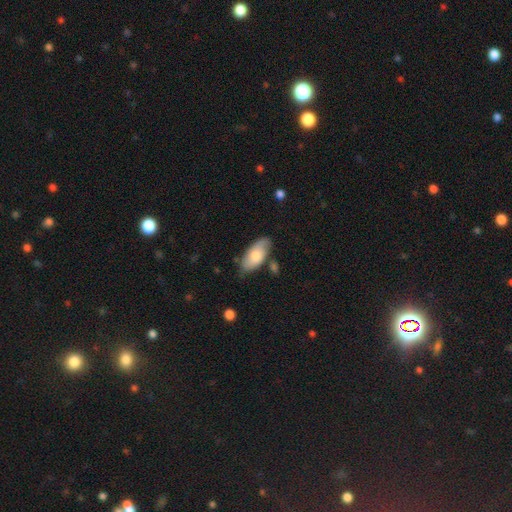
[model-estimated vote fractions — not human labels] smooth-or-featured: smooth: 68% | featured or disk: 26% | star or artifact: 6%
  how-rounded: in between: 91% | cigar-shaped: 6% | round: 2%
  merging: none: 67% | minor disturbance: 23% | major disturbance: 5% | merger: 5%